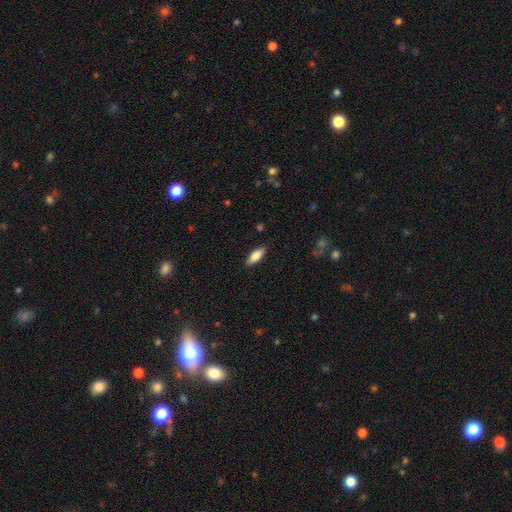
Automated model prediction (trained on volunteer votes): Smooth or featured? Predicted: smooth (p=0.83). How rounded? Predicted: in between (p=0.77). Merging? Predicted: none (p=0.87).